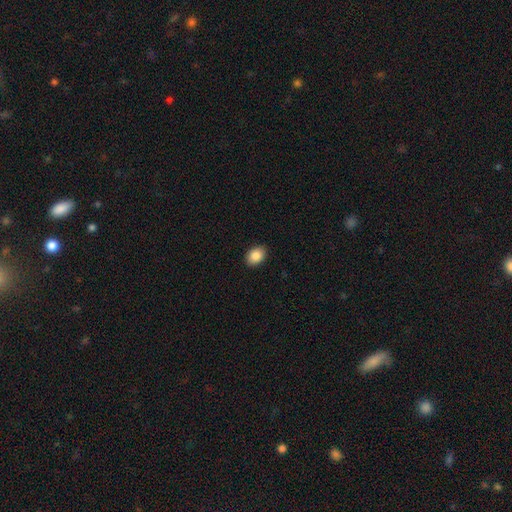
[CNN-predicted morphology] A smooth galaxy with no disk features (87%) that is in between round and cigar-shaped (77%). Merging: none (90%).